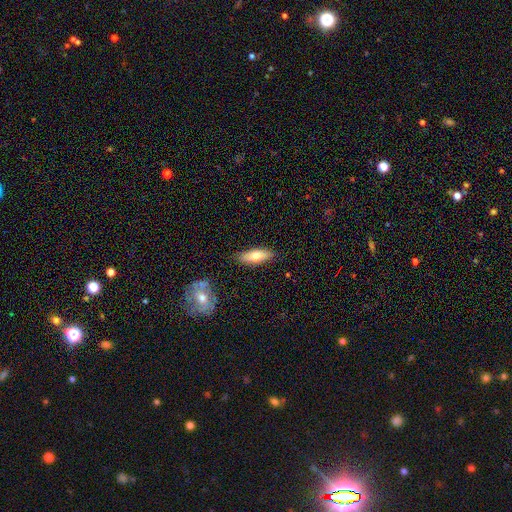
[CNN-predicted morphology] A smooth galaxy with no disk features (69%) that is in between round and cigar-shaped (62%).

Vote fractions:
- Smooth or featured? smooth: 69% / featured or disk: 24% / star or artifact: 6%
- How rounded? in between: 62% / cigar-shaped: 35% / round: 2%
- Merging? none: 83% / minor disturbance: 13% / major disturbance: 2% / merger: 2%